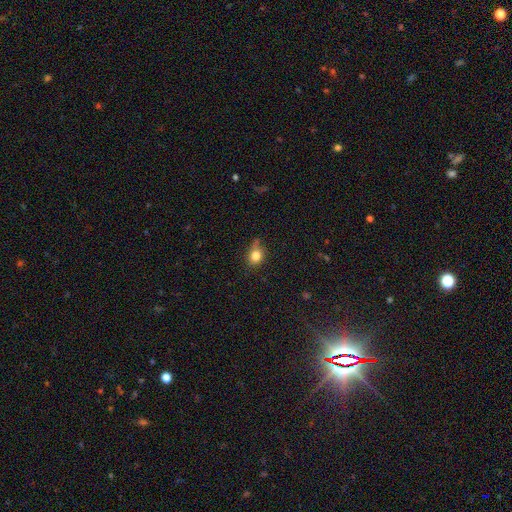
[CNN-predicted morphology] Smooth or featured: smooth — 82% (star or artifact — 11%)
How rounded: round — 64% (in between — 35%)
Merging: none — 62% (minor disturbance — 27%)